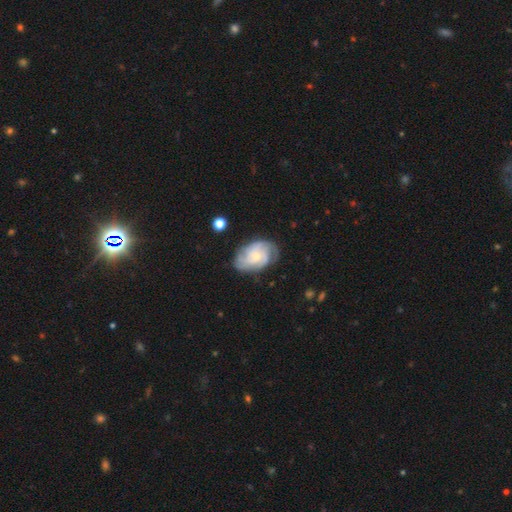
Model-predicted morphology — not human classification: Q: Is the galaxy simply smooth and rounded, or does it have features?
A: featured or disk — 76%.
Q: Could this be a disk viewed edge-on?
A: no — 97%.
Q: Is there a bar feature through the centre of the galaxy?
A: no — 70%.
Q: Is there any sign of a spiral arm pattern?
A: yes — 94%.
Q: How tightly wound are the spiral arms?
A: tight — 55%.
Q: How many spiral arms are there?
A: can't tell — 32%.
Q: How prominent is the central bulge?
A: small — 63%.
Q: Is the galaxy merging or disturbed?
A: none — 71%.